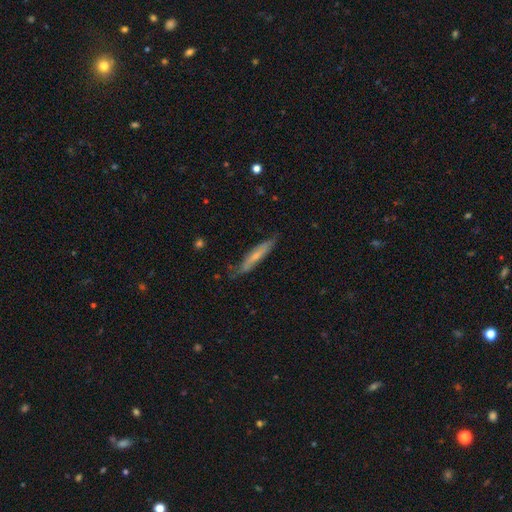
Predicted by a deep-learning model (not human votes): The model was most divided on "smooth or featured": smooth: 48%, featured or disk: 45%, star or artifact: 6%. More confident: merging — none (74%).